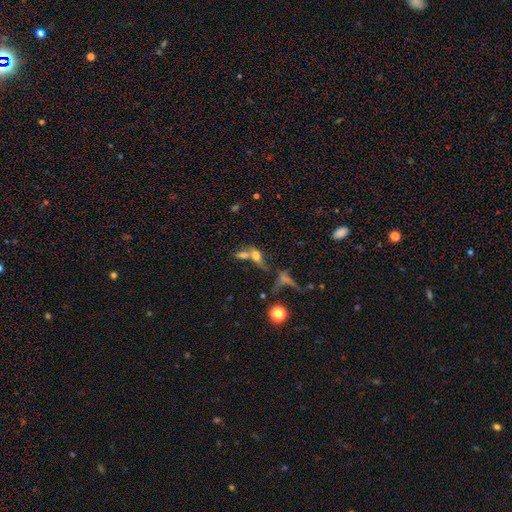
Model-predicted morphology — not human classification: This is possibly a smooth galaxy (56%). How rounded: likely in between (62%). Merging: possibly merger (58%).